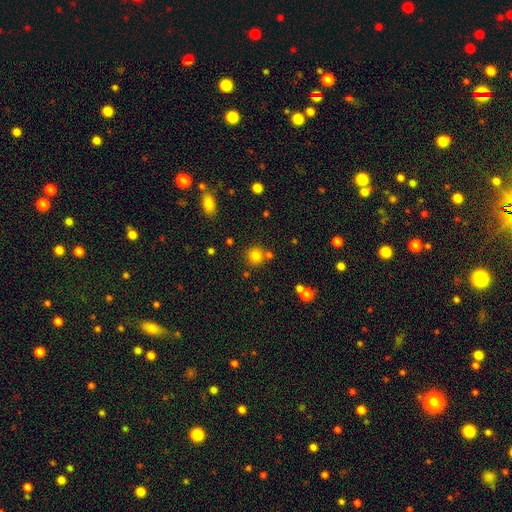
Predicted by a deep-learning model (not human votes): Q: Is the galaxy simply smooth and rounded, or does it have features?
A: smooth — 80%.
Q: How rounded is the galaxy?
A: round — 92%.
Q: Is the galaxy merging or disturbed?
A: none — 78%.